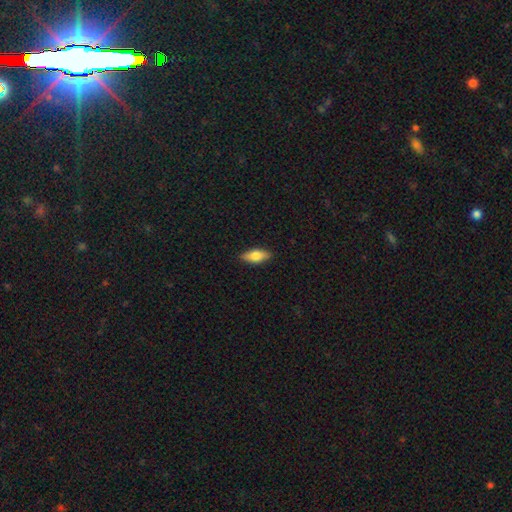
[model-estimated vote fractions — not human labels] smooth_or_featured: smooth (p=0.73) [alt: featured or disk p=0.21]
how_rounded: in between (p=0.79) [alt: cigar-shaped p=0.18]
merging: none (p=0.89) [alt: minor disturbance p=0.09]